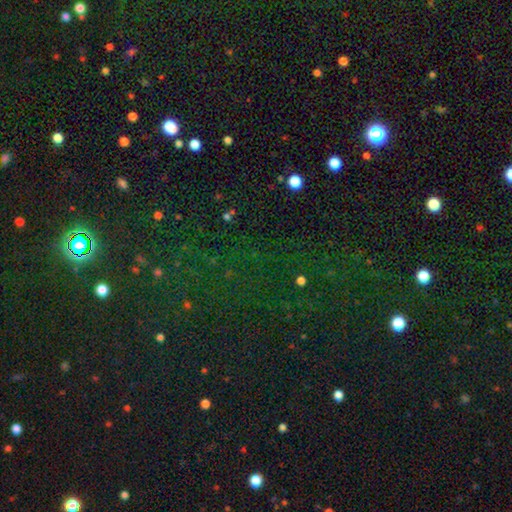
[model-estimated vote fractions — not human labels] Overall: star or artifact (76%).